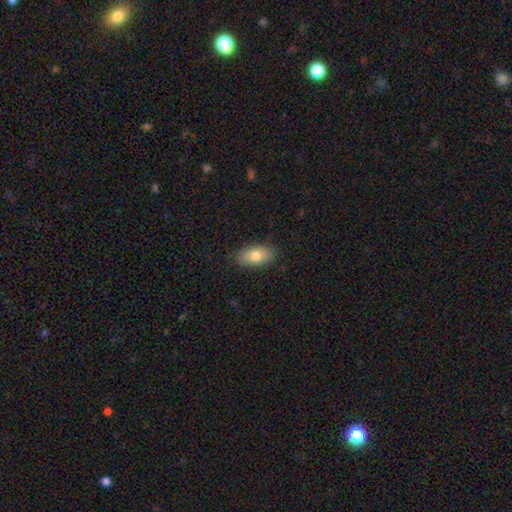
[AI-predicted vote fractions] Smooth or featured? smooth (76%)
How rounded? in between (91%)
Merging? none (87%)